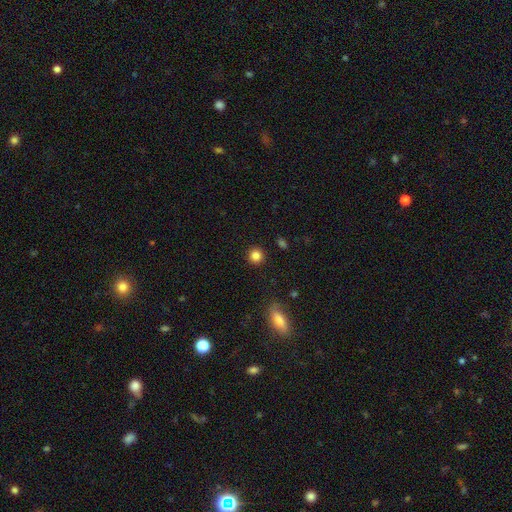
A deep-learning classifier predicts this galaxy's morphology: smooth 84%, star or artifact 11%, featured or disk 5%. Down the decision tree: how rounded — round (92%); merging — none (91%).